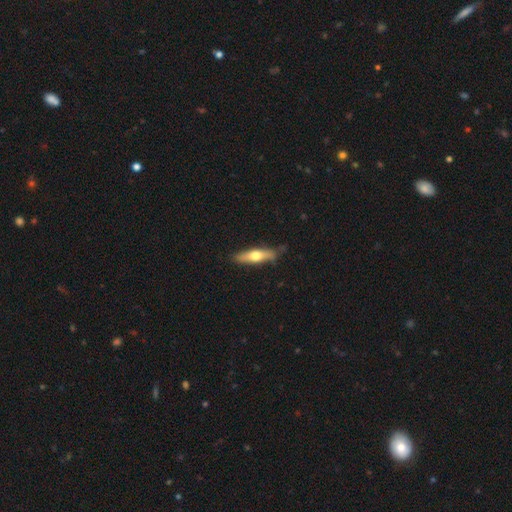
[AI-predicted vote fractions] This appears to be a smooth galaxy with no disk features (50%) that is cigar-shaped (73%). Merging: none (80%).